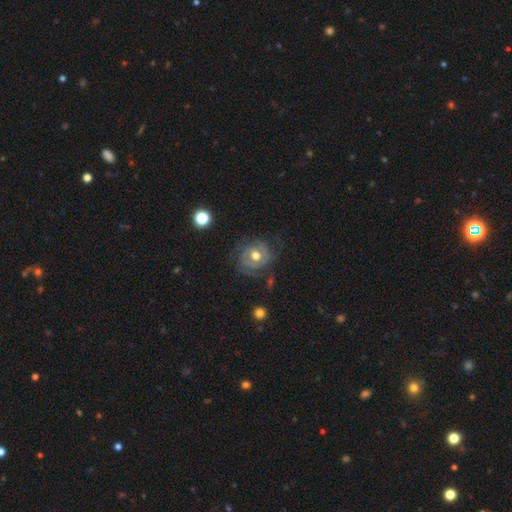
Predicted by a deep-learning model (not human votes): Smooth or featured?
  - featured or disk: 71% *
  - smooth: 22%
  - star or artifact: 7%
Edge-on disk?
  - no: 97% *
  - yes: 3%
Bar?
  - no: 72% *
  - weak: 21%
  - strong: 6%
Spiral arms?
  - yes: 75% *
  - no: 25%
Spiral winding?
  - tight: 58% *
  - medium: 30%
  - loose: 12%
Spiral arm count?
  - 2: 44% *
  - can't tell: 27%
  - 3: 13%
  - 1: 8%
  - 4: 4%
  - more than 4: 4%
Bulge size?
  - moderate: 78% *
  - large: 13%
  - small: 6%
  - dominant: 1%
  - none: 1%
Merging?
  - none: 63% *
  - minor disturbance: 21%
  - major disturbance: 14%
  - merger: 2%